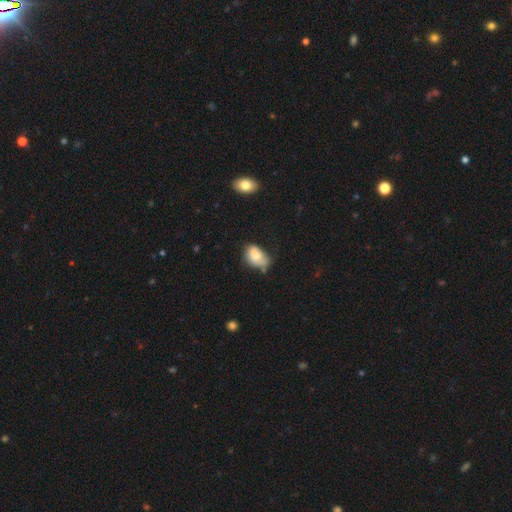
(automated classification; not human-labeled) Smooth or featured? Predicted: smooth (p=0.71). How rounded? Predicted: in between (p=0.80). Merging? Predicted: minor disturbance (p=0.40).